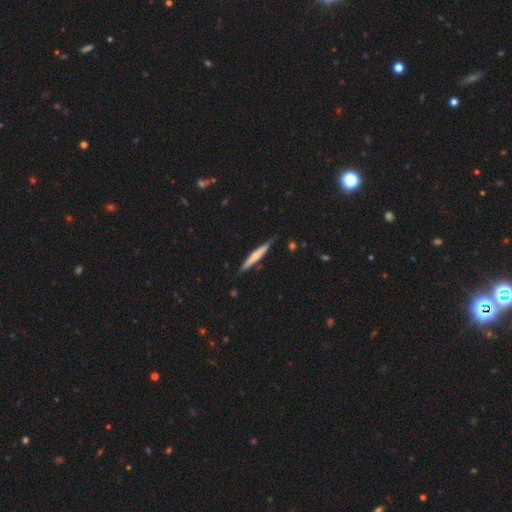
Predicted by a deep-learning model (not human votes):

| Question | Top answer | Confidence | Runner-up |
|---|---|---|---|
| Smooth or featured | smooth | 49% | featured or disk (46%) |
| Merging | none | 84% | minor disturbance (12%) |